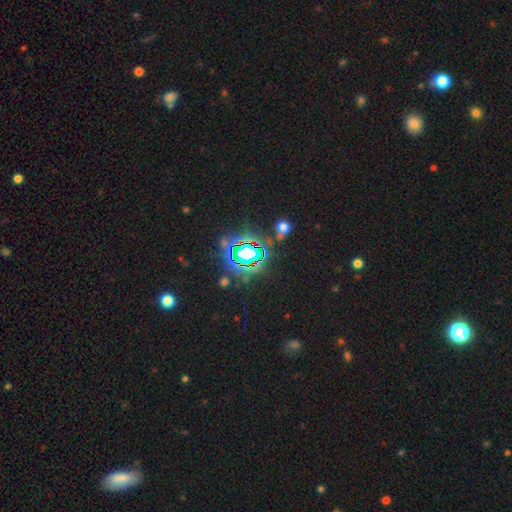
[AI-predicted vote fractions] smooth_or_featured: star or artifact (p=0.75) [alt: smooth p=0.15]